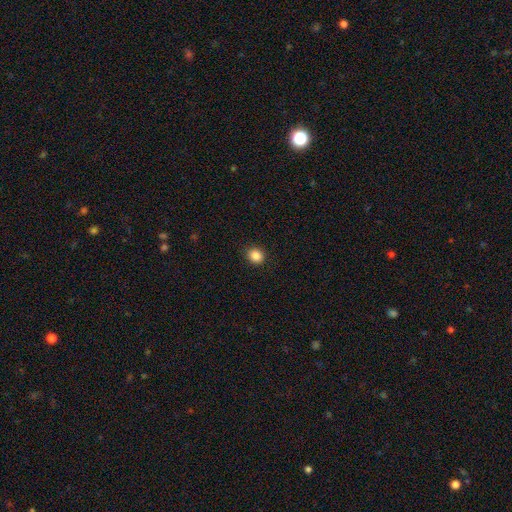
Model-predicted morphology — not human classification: Smooth or featured: smooth — 87% (star or artifact — 10%)
How rounded: round — 76% (in between — 23%)
Merging: none — 91% (minor disturbance — 7%)